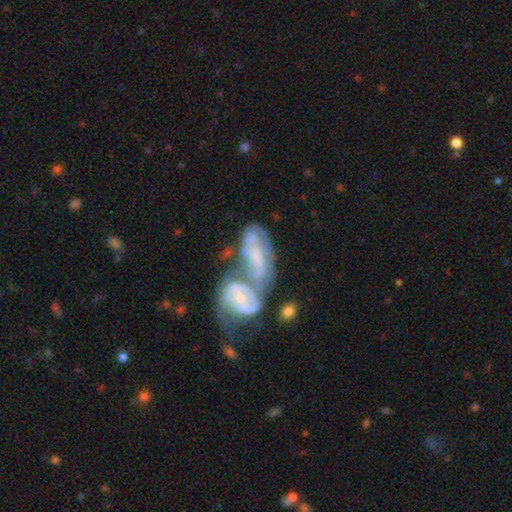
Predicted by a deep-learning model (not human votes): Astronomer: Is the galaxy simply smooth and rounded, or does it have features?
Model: featured or disk — 78%.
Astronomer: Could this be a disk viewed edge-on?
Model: no — 96%.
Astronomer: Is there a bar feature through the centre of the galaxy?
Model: no — 46% (runner-up: weak, 37%).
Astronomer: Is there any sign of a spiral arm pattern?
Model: yes — 88%.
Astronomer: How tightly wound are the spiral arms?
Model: medium — 43% (runner-up: tight, 40%).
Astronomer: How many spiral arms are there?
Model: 2 — 58%.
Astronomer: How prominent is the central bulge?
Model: small — 54% (runner-up: moderate, 33%).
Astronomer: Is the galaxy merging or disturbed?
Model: merger — 68%.